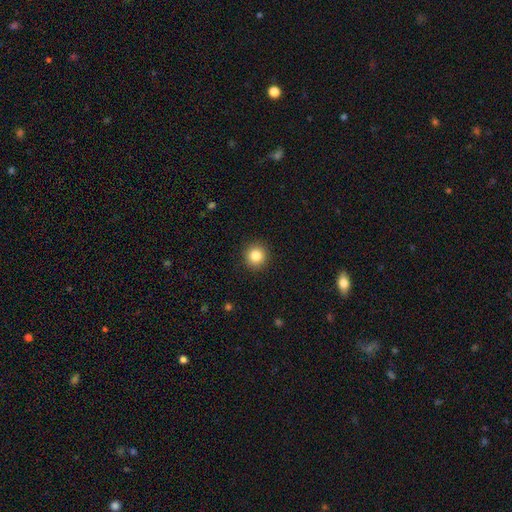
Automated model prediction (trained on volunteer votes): The model was most divided on "smooth or featured": smooth: 84%, star or artifact: 10%, featured or disk: 6%. More confident: how rounded — round (94%); merging — none (92%).